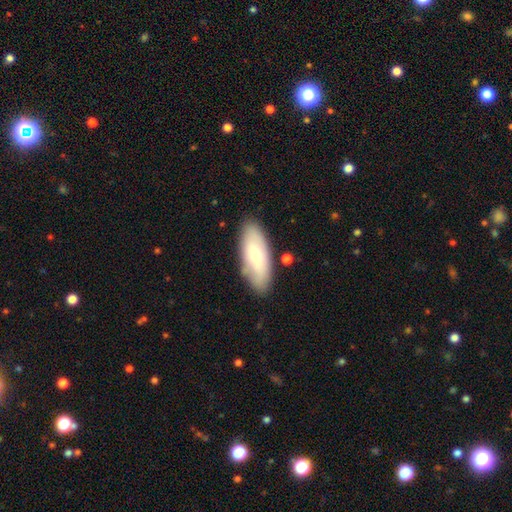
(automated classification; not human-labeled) Smooth or featured?
  - smooth: 59% *
  - featured or disk: 35%
  - star or artifact: 6%
How rounded?
  - in between: 76% *
  - cigar-shaped: 22%
  - round: 2%
Merging?
  - none: 84% *
  - minor disturbance: 11%
  - merger: 3%
  - major disturbance: 2%